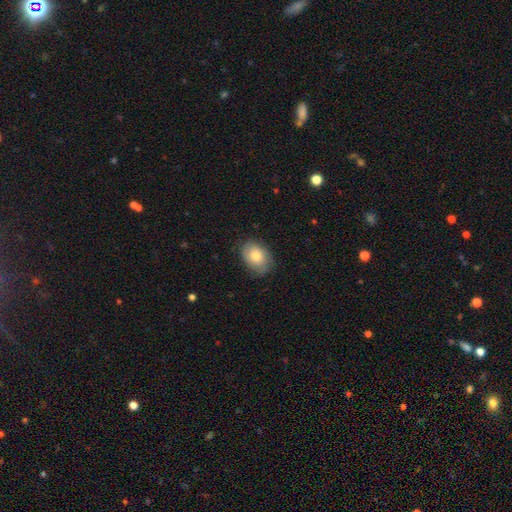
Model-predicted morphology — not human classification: This appears to be a smooth galaxy with no disk features (74%) that is in between round and cigar-shaped (67%). Merging: none (76%).